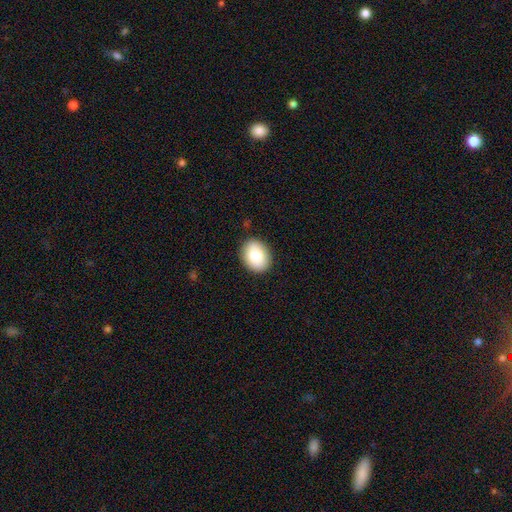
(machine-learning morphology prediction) Smooth or featured: smooth — 81% (featured or disk — 12%)
How rounded: in between — 61% (round — 38%)
Merging: none — 89% (minor disturbance — 8%)